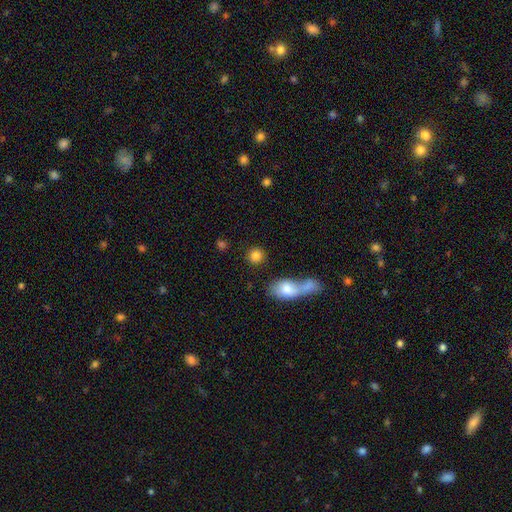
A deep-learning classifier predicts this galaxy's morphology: Smooth or featured? Predicted: smooth (p=0.84). How rounded? Predicted: round (p=0.86). Merging? Predicted: none (p=0.79).